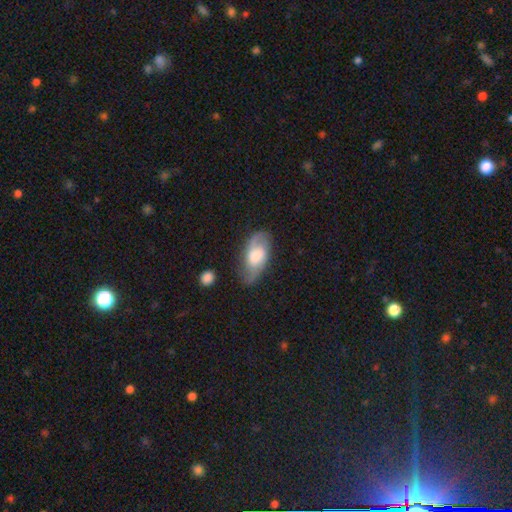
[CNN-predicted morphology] A featured or disk galaxy (61%) with no bar (52%), spiral arms (88%) and a moderate central bulge (49%).

Vote fractions:
- Smooth or featured? featured or disk: 61% / smooth: 32% / star or artifact: 6%
- Edge-on disk? no: 92% / yes: 8%
- Bar? no: 52% / weak: 39% / strong: 9%
- Spiral arms? yes: 88% / no: 12%
- Bulge size? moderate: 49% / large: 27% / small: 17% / none: 4% / dominant: 3%
- Merging? none: 70% / minor disturbance: 21% / major disturbance: 7% / merger: 2%